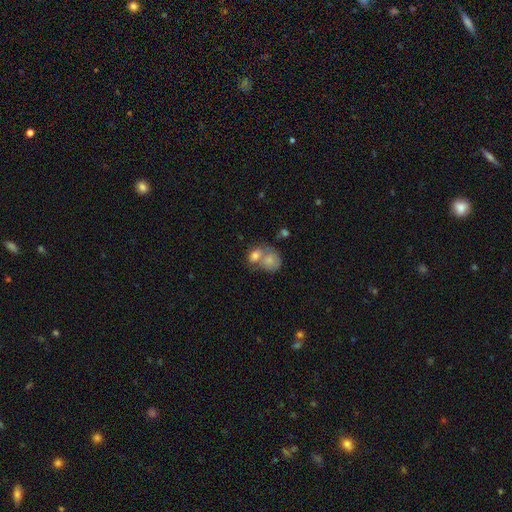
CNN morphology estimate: Overall: smooth (76%). How rounded: in between (60%; round 38%). Merging: merger (64%).